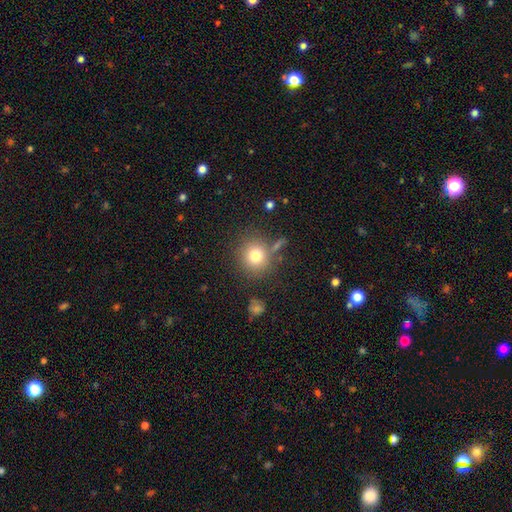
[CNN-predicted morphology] Smooth or featured? smooth (78%)
How rounded? round (89%)
Merging? none (76%)